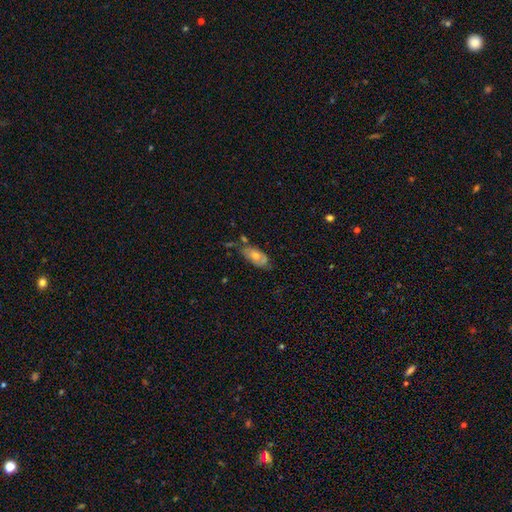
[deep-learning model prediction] smooth_or_featured: smooth (p=0.49) [alt: featured or disk p=0.42]
merging: none (p=0.56) [alt: minor disturbance p=0.26]